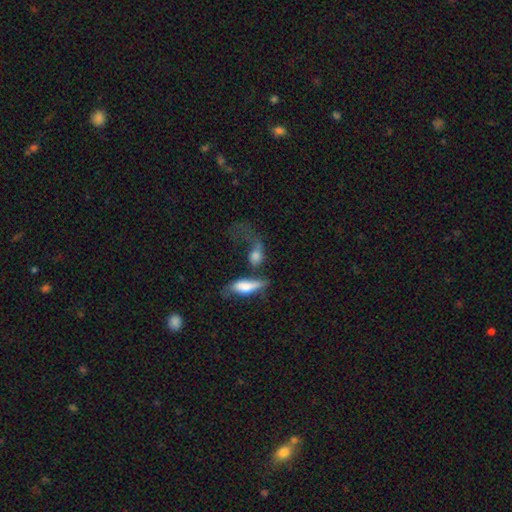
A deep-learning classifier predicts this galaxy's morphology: smooth-or-featured: smooth: 63% | featured or disk: 27% | star or artifact: 10%
  how-rounded: in between: 62% | round: 22% | cigar-shaped: 17%
  merging: merger: 37% | major disturbance: 33% | none: 18% | minor disturbance: 12%